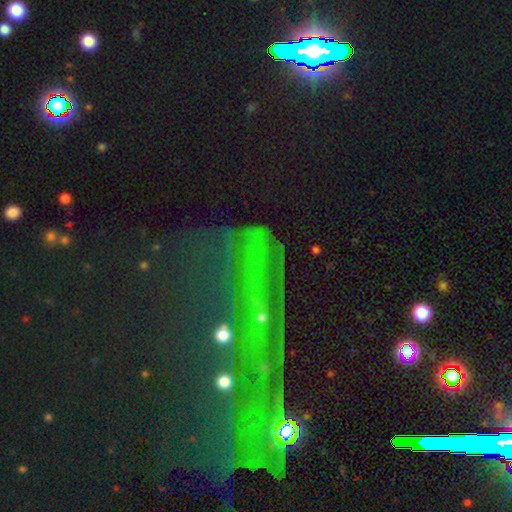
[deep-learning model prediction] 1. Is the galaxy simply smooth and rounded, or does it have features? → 72% star or artifact, 15% smooth, 14% featured or disk.